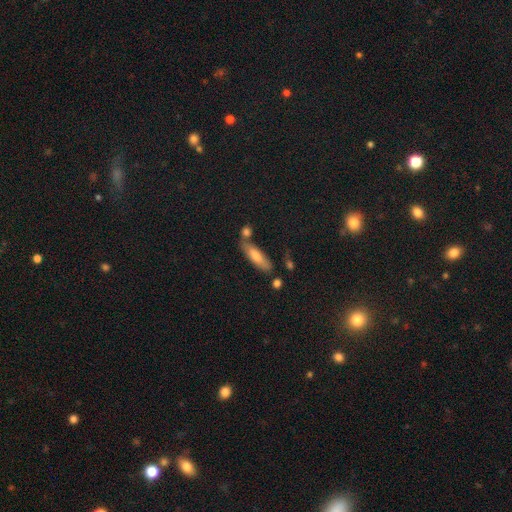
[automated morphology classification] This is likely a smooth galaxy (62%). How rounded: possibly cigar-shaped (57%). Merging: likely none (66%).